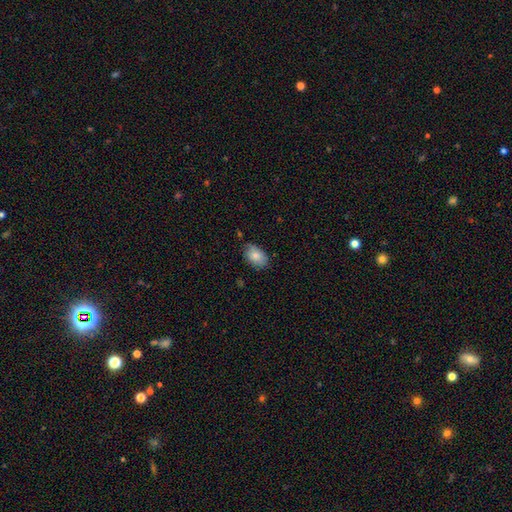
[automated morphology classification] A smooth galaxy with no disk features (82%) that is in between round and cigar-shaped (88%).

Vote fractions:
- Smooth or featured? smooth: 82% / featured or disk: 10% / star or artifact: 7%
- How rounded? in between: 88% / round: 10% / cigar-shaped: 1%
- Merging? none: 75% / minor disturbance: 20% / major disturbance: 3% / merger: 2%